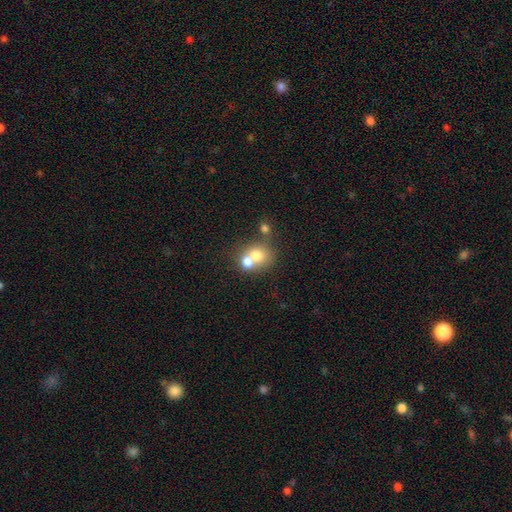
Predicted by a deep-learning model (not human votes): Morphology: type=smooth (69%); roundness=round (70%); merging=merger (63%).